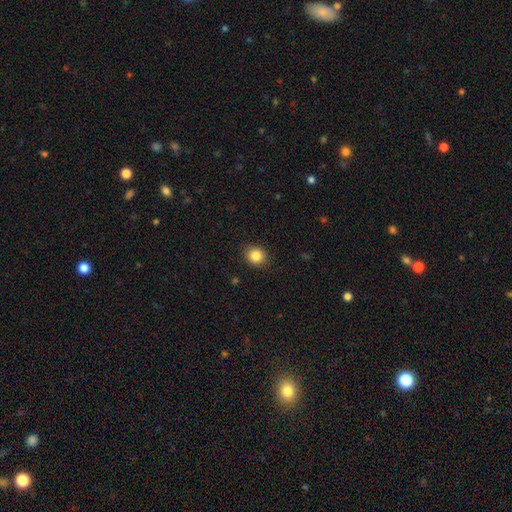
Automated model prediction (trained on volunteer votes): smooth_or_featured: smooth (p=0.85) [alt: star or artifact p=0.10]
how_rounded: round (p=0.77) [alt: in between p=0.22]
merging: none (p=0.89) [alt: minor disturbance p=0.07]